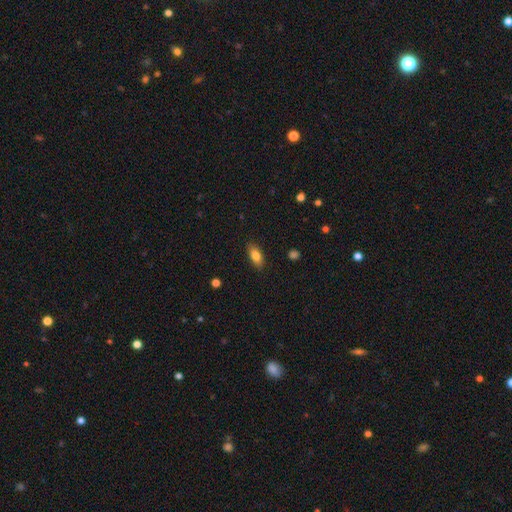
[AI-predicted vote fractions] Q: Smooth or featured?
A: smooth (83%); runner-up: featured or disk (10%)
Q: How rounded?
A: in between (86%); runner-up: cigar-shaped (10%)
Q: Merging?
A: none (86%); runner-up: minor disturbance (10%)